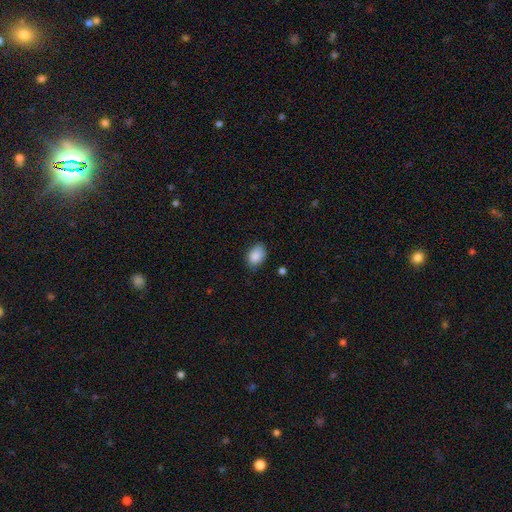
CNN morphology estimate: Smooth or featured?
  - smooth: 88% *
  - star or artifact: 7%
  - featured or disk: 4%
How rounded?
  - in between: 83% *
  - round: 16%
  - cigar-shaped: 1%
Merging?
  - none: 78% *
  - minor disturbance: 18%
  - major disturbance: 3%
  - merger: 1%